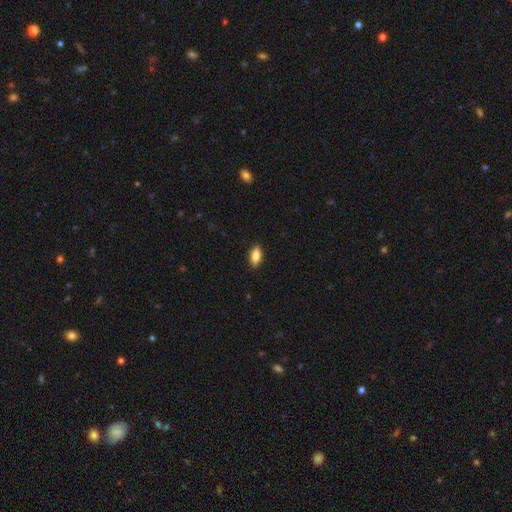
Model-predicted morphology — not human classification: Q: Smooth or featured?
A: smooth (85%); runner-up: featured or disk (8%)
Q: How rounded?
A: in between (85%); runner-up: cigar-shaped (12%)
Q: Merging?
A: none (89%); runner-up: minor disturbance (8%)